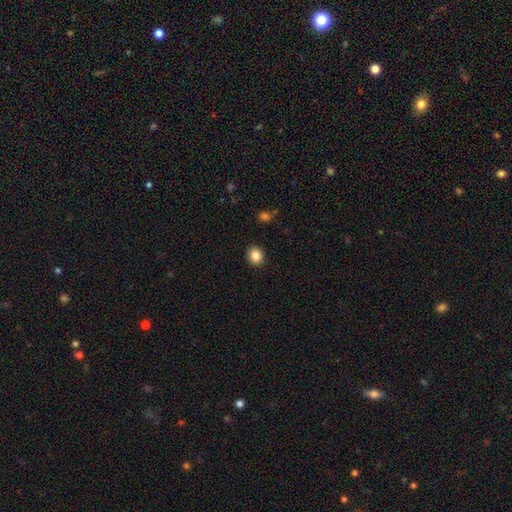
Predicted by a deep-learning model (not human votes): The model was most divided on "how rounded": round: 70%, in between: 29%, cigar-shaped: 1%. More confident: merging — none (91%); smooth or featured — smooth (85%).